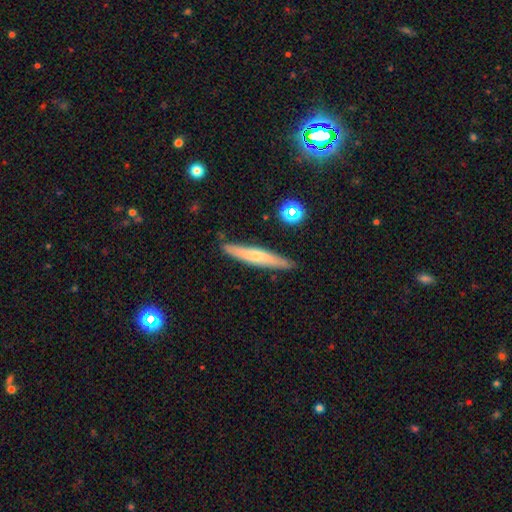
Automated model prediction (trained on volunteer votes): Smooth or featured?
  - smooth: 53% *
  - featured or disk: 40%
  - star or artifact: 7%
How rounded?
  - cigar-shaped: 92% *
  - in between: 6%
  - round: 1%
Merging?
  - none: 83% *
  - minor disturbance: 13%
  - merger: 2%
  - major disturbance: 2%